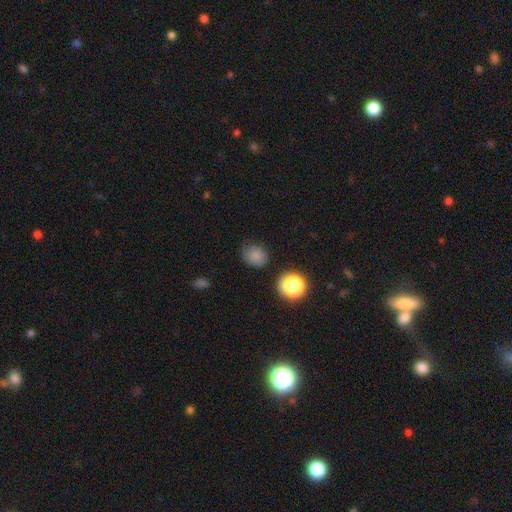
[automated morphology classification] The model was most divided on "how rounded": round: 65%, in between: 35%, cigar-shaped: 1%. More confident: smooth or featured — smooth (79%); merging — none (74%).